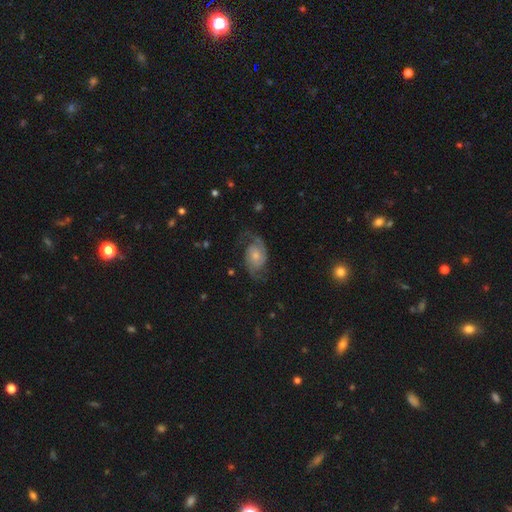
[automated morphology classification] This appears to be a featured or disk galaxy (85%) with no bar (71%), 2 (92%) medium (48%) spiral arms (97%) and a small central bulge (52%). Merging: none (73%).